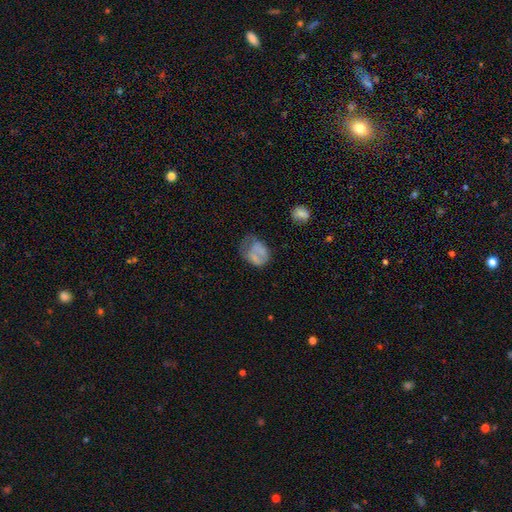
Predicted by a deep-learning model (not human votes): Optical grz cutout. It shows a smooth galaxy with no disk features (64%) that is in between round and cigar-shaped (65%). Merging: major disturbance (35%).